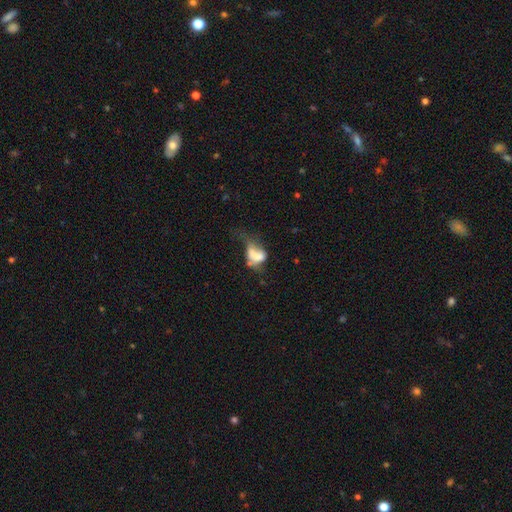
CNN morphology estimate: smooth-or-featured: smooth: 51% | featured or disk: 37% | star or artifact: 12%
  how-rounded: in between: 78% | round: 17% | cigar-shaped: 5%
  merging: major disturbance: 43% | merger: 26% | minor disturbance: 16% | none: 15%